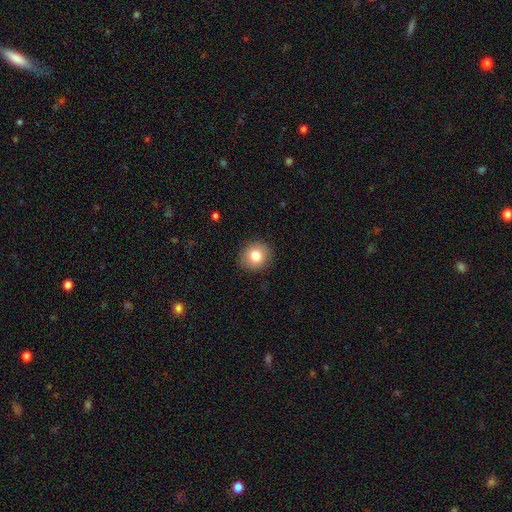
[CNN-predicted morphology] The model was most divided on "smooth or featured": smooth: 82%, star or artifact: 9%, featured or disk: 9%. More confident: merging — none (90%); how rounded — round (86%).